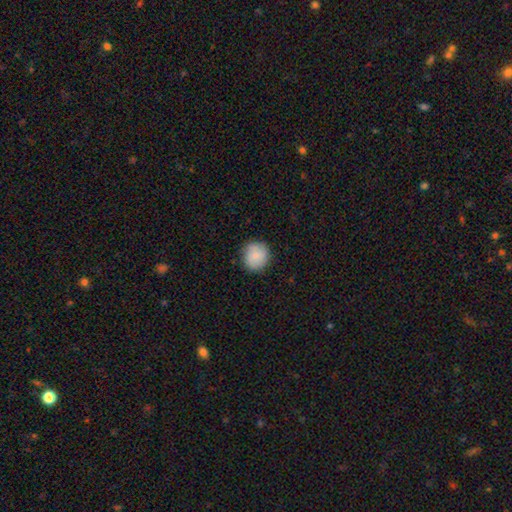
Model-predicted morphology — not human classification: Smooth or featured? smooth (83%)
How rounded? round (90%)
Merging? none (85%)